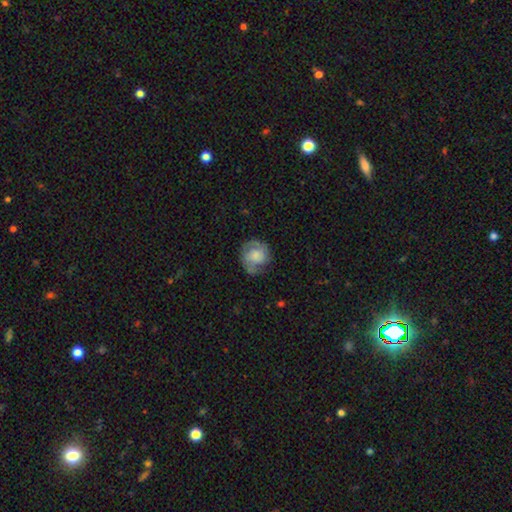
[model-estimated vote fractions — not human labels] Smooth or featured? Predicted: featured or disk (p=0.61). Edge-on disk? Predicted: no (p=0.98). Bar? Predicted: no (p=0.72). Spiral arms? Predicted: yes (p=0.89). Spiral winding? Predicted: tight (p=0.45). Spiral arm count? Predicted: 2 (p=0.69). Bulge size? Predicted: small (p=0.34). Merging? Predicted: none (p=0.66).